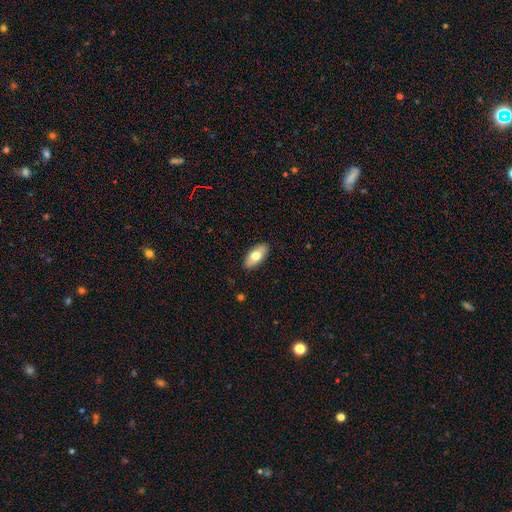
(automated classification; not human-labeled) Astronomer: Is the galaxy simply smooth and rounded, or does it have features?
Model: smooth — 72%.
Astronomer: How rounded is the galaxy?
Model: in between — 88%.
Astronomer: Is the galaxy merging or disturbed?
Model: none — 88%.